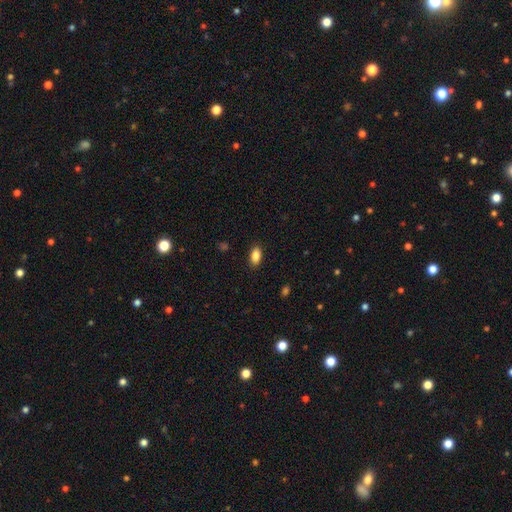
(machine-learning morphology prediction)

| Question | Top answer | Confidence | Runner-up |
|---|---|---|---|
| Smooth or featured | smooth | 88% | star or artifact (8%) |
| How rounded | in between | 91% | round (6%) |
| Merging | none | 89% | minor disturbance (8%) |